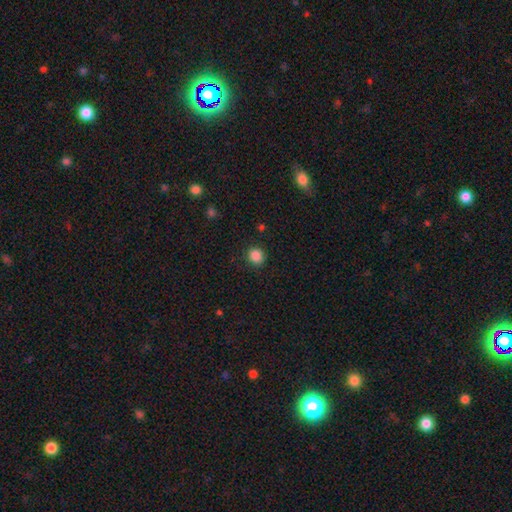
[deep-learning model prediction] smooth 86%, star or artifact 11%, featured or disk 3%. Down the decision tree: how rounded — round (88%); merging — none (88%).